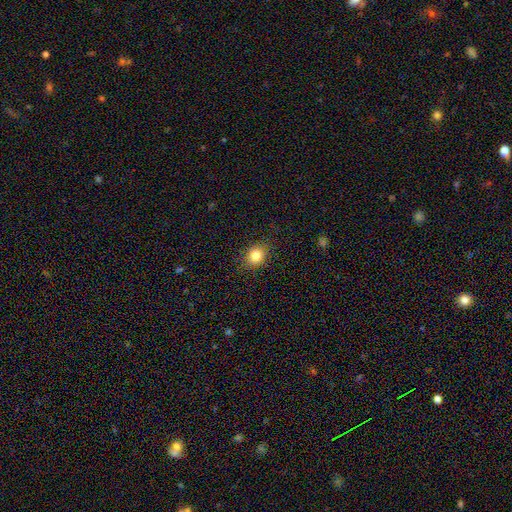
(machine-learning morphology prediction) A smooth galaxy with no disk features (84%) that is round (54%).

Vote fractions:
- Smooth or featured? smooth: 84% / star or artifact: 10% / featured or disk: 6%
- How rounded? round: 54% / in between: 45% / cigar-shaped: 1%
- Merging? none: 86% / minor disturbance: 10% / major disturbance: 3% / merger: 1%